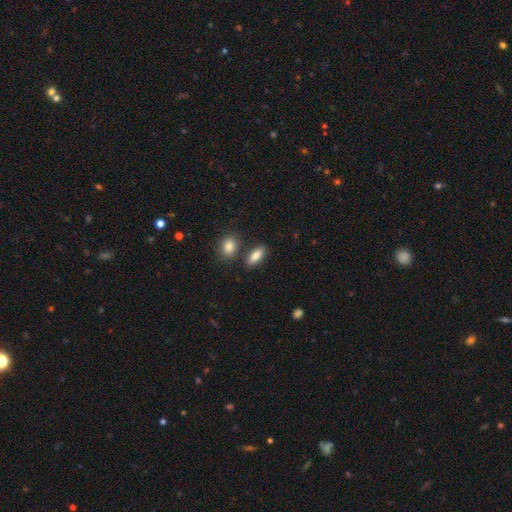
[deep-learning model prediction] This is clearly a smooth galaxy (86%). How rounded: clearly in between (81%). Merging: likely none (77%).